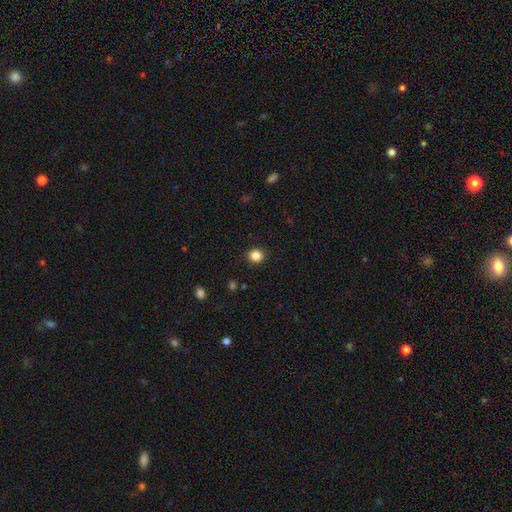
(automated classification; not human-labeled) Morphology: type=smooth (84%); roundness=round (86%); merging=none (92%).